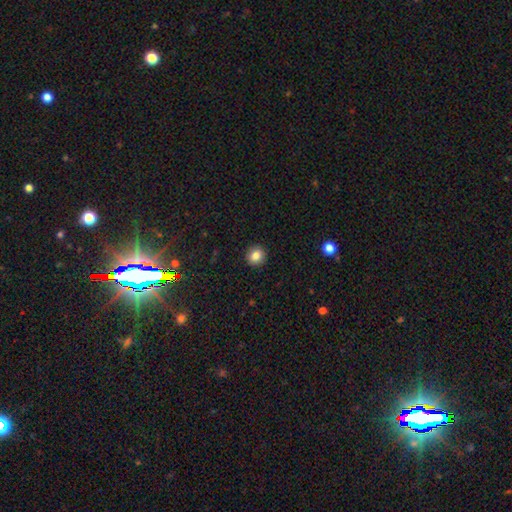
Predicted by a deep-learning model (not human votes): A smooth galaxy with no disk features (84%) that is round (87%).

Vote fractions:
- Smooth or featured? smooth: 84% / star or artifact: 10% / featured or disk: 6%
- How rounded? round: 87% / in between: 12% / cigar-shaped: 1%
- Merging? none: 92% / minor disturbance: 5% / major disturbance: 2% / merger: 1%